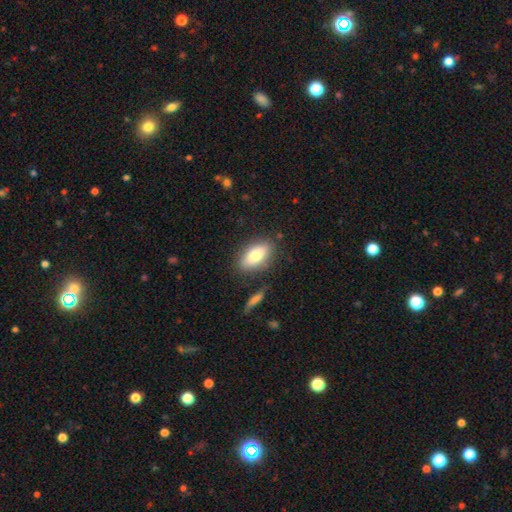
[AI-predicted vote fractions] Smooth or featured? smooth (77%)
How rounded? in between (87%)
Merging? none (80%)